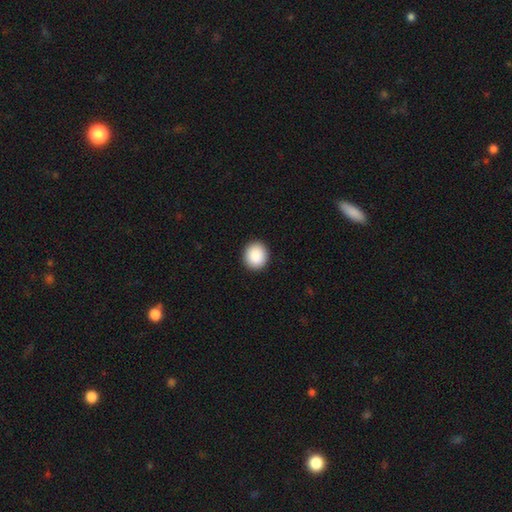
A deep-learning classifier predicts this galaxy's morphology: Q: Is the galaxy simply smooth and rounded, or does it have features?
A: smooth — 90%.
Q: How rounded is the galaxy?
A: round — 85%.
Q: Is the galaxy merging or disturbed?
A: none — 93%.